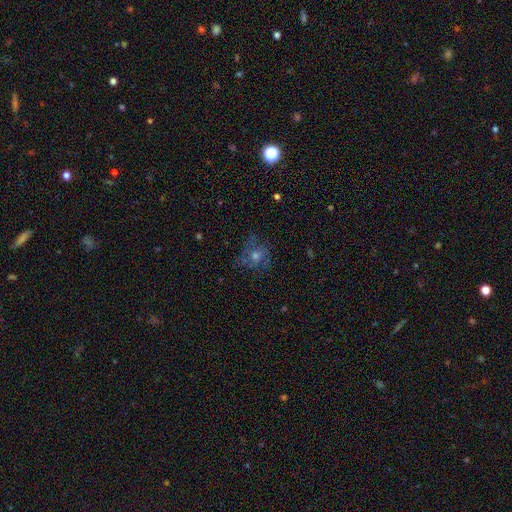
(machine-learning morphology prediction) Smooth or featured?
  - featured or disk: 42% *
  - smooth: 31%
  - star or artifact: 27%
Merging?
  - none: 67% *
  - minor disturbance: 18%
  - major disturbance: 13%
  - merger: 2%